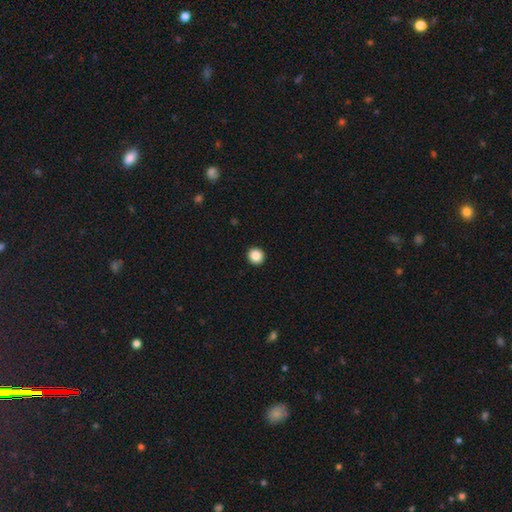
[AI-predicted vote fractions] Q: Smooth or featured?
A: smooth (87%); runner-up: star or artifact (10%)
Q: How rounded?
A: round (93%); runner-up: in between (6%)
Q: Merging?
A: none (94%); runner-up: minor disturbance (4%)